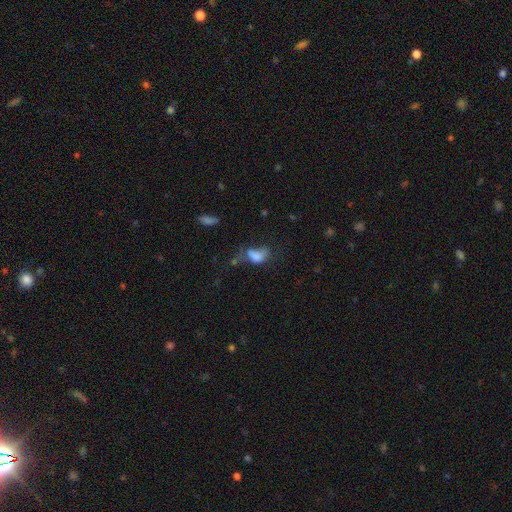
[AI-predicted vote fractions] smooth_or_featured: smooth (p=0.66) [alt: featured or disk p=0.21]
how_rounded: in between (p=0.84) [alt: round p=0.12]
merging: major disturbance (p=0.41) [alt: minor disturbance p=0.23]